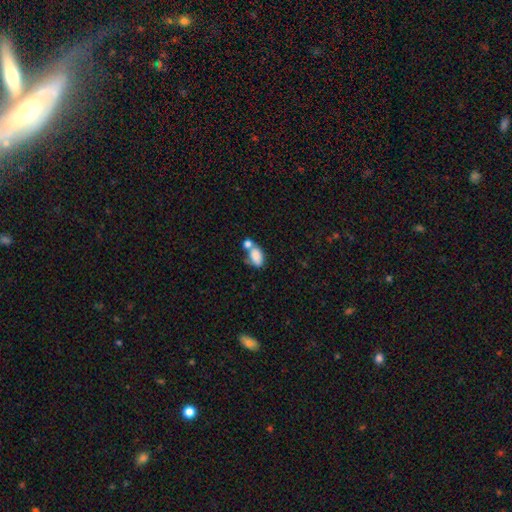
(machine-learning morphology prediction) Smooth or featured: smooth — 81% (featured or disk — 10%)
How rounded: in between — 90% (round — 8%)
Merging: merger — 49% (none — 31%)